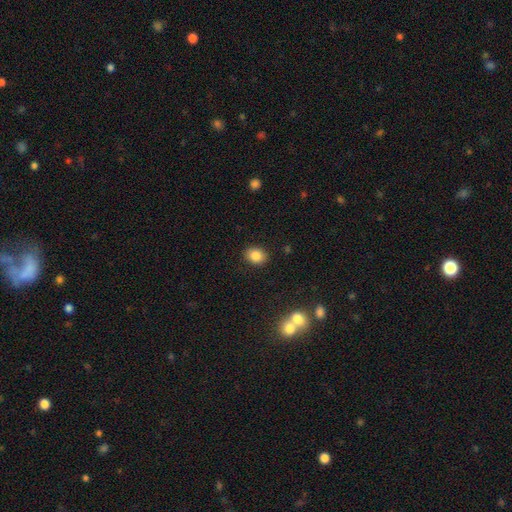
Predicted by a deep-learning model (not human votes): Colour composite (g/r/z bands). It shows a smooth galaxy with no disk features (84%) that is in between round and cigar-shaped (51%). Merging: none (88%).